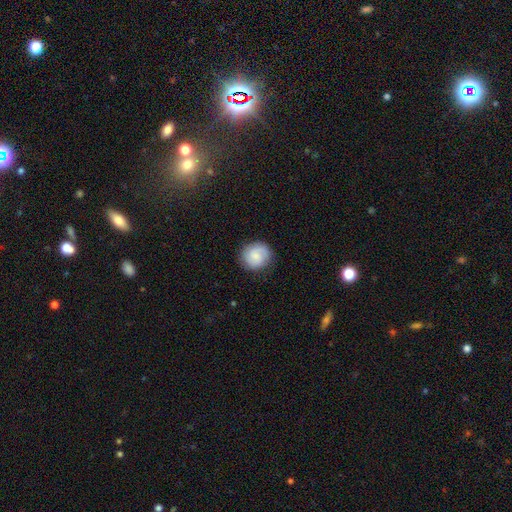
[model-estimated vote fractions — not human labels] A smooth galaxy with no disk features (64%) that is round (84%).

Vote fractions:
- Smooth or featured? smooth: 64% / featured or disk: 28% / star or artifact: 8%
- How rounded? round: 84% / in between: 15% / cigar-shaped: 1%
- Merging? none: 85% / minor disturbance: 11% / major disturbance: 3% / merger: 1%